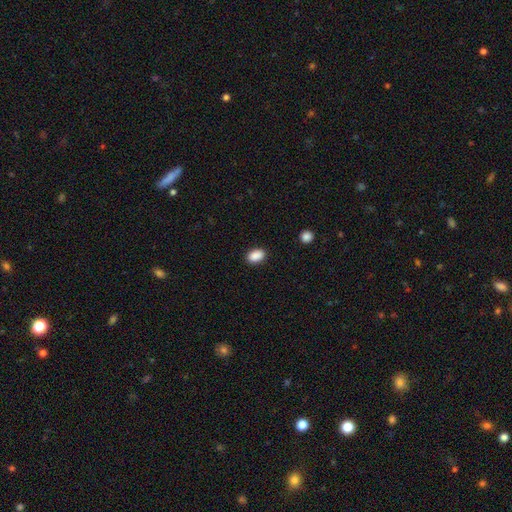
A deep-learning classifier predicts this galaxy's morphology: A smooth galaxy with no disk features (89%) that is in between round and cigar-shaped (85%).

Vote fractions:
- Smooth or featured? smooth: 89% / star or artifact: 8% / featured or disk: 3%
- How rounded? in between: 85% / round: 14% / cigar-shaped: 1%
- Merging? none: 88% / minor disturbance: 8% / major disturbance: 2% / merger: 1%